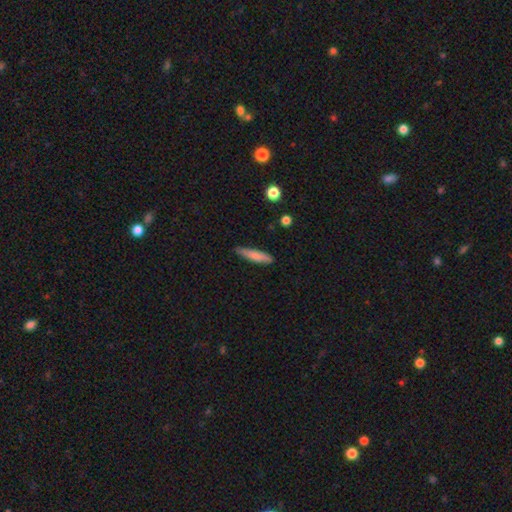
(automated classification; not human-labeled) The model was most divided on "smooth or featured": smooth: 78%, featured or disk: 16%, star or artifact: 6%. More confident: how rounded — cigar-shaped (86%); merging — none (82%).